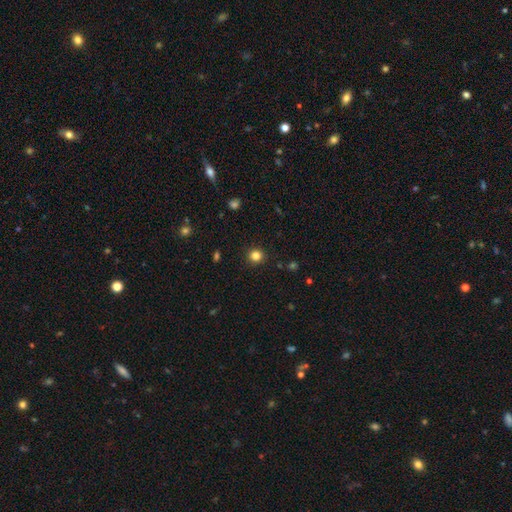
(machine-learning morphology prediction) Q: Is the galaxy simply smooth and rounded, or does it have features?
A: smooth — 83%.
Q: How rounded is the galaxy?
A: round — 92%.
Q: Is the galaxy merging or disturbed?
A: none — 91%.